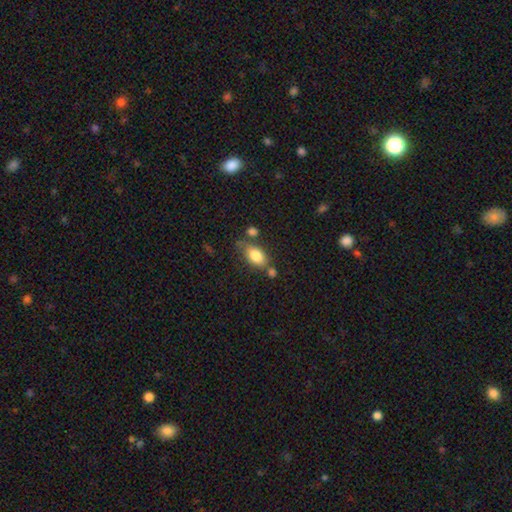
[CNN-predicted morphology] Overall: smooth (82%). How rounded: in between (88%). Merging: none (56%; minor disturbance 19%).